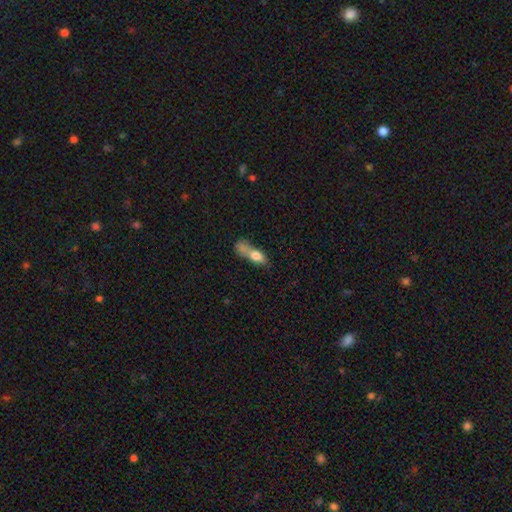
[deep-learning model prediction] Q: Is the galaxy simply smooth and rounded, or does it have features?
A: smooth — 71%.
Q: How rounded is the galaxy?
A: in between — 61%.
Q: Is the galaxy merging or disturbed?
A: merger — 39%.